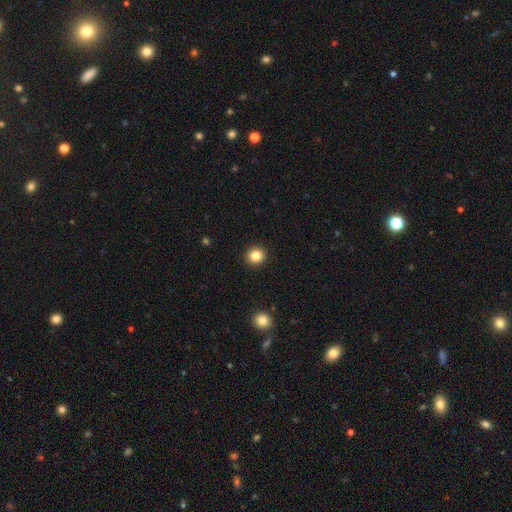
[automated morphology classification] Overall: smooth (84%). How rounded: round (90%). Merging: none (93%).